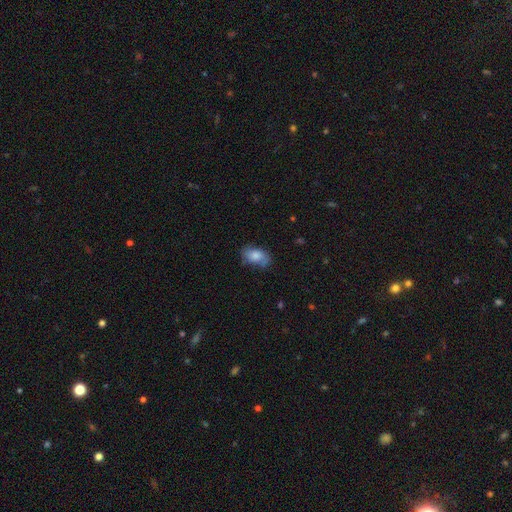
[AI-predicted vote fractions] Smooth or featured: smooth — 73% (featured or disk — 19%)
How rounded: in between — 89% (round — 9%)
Merging: none — 67% (minor disturbance — 25%)